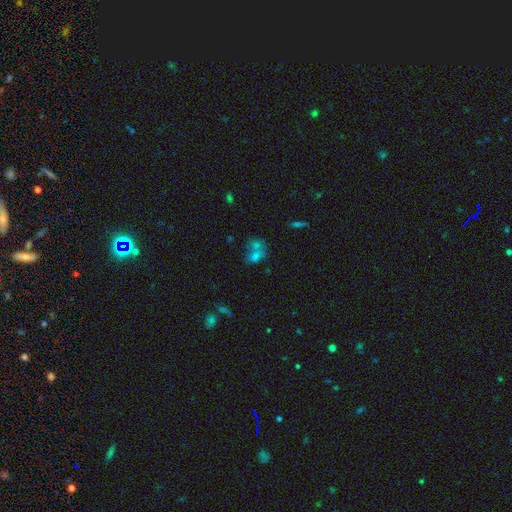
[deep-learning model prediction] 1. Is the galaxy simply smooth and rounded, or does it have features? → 64% smooth, 21% featured or disk, 15% star or artifact.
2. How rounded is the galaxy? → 55% in between, 43% round, 2% cigar-shaped.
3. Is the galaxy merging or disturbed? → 59% merger, 25% none, 9% minor disturbance, 7% major disturbance.